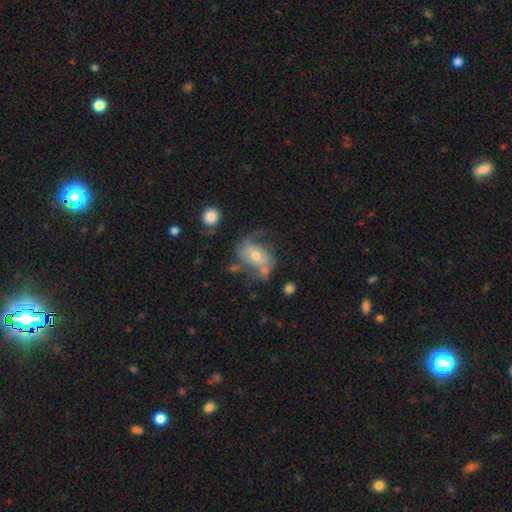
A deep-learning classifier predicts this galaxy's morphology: This is likely a featured or disk galaxy (60%). It is clearly not viewed edge-on (95%). Bar: possibly no (60%). Spiral arm pattern: likely yes (77%). Central bulge: possibly moderate (59%). Merging: marginally none (42%).